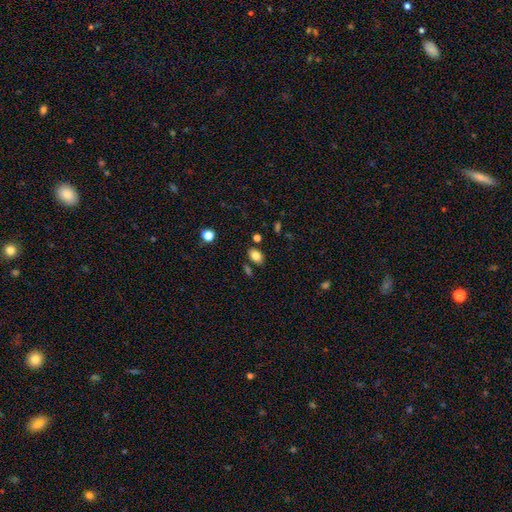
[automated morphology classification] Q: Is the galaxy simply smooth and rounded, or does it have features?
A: smooth — 82%.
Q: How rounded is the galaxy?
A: in between — 82%.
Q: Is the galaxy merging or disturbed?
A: none — 81%.